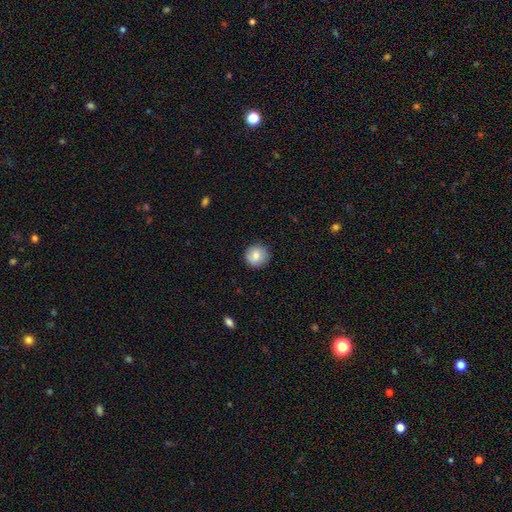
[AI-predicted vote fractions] This is clearly a smooth galaxy (81%). How rounded: clearly round (92%). Merging: clearly none (88%).